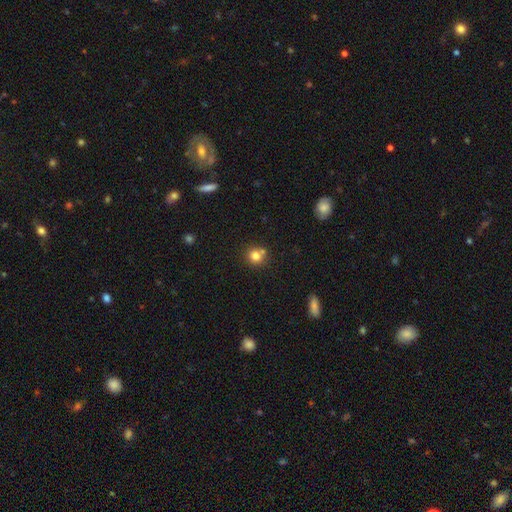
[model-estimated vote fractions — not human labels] The model was most divided on "merging": none: 65%, merger: 23%, minor disturbance: 9%, major disturbance: 3%. More confident: how rounded — round (89%); smooth or featured — smooth (80%).